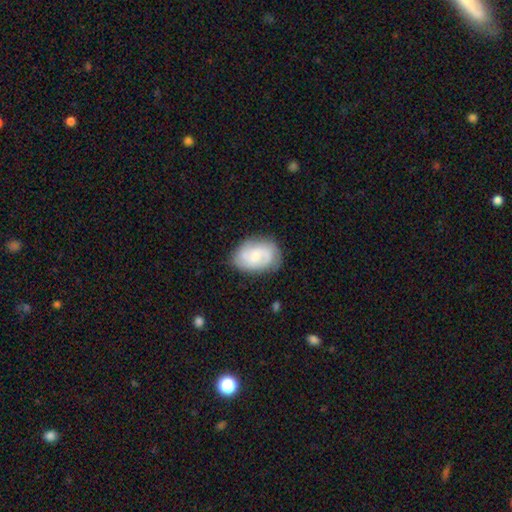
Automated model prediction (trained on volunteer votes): Smooth or featured: featured or disk — 61% (smooth — 32%)
Edge-on disk: no — 97% (yes — 3%)
Bar: no — 54% (weak — 39%)
Spiral arms: yes — 91% (no — 9%)
Spiral winding: medium — 45% (tight — 37%)
Spiral arm count: 2 — 60% (can't tell — 18%)
Bulge size: small — 51% (moderate — 35%)
Merging: none — 76% (minor disturbance — 18%)